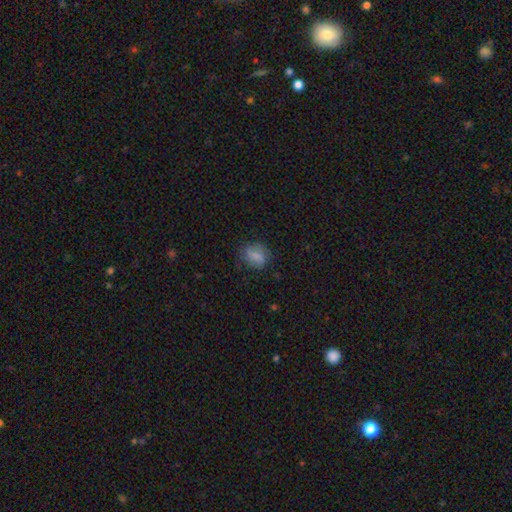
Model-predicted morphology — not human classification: The model was most divided on "how rounded": round: 51%, in between: 47%, cigar-shaped: 2%. More confident: merging — none (73%); smooth or featured — smooth (71%).